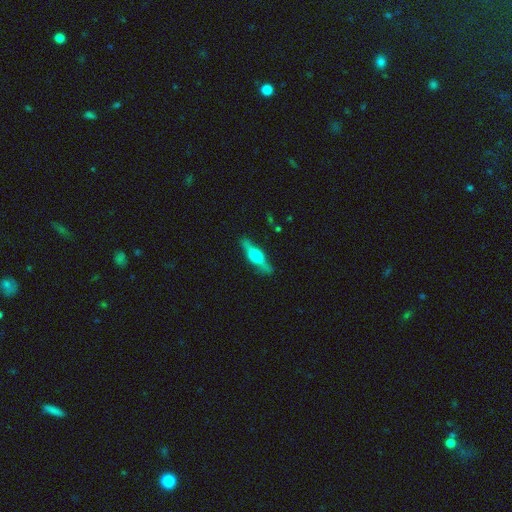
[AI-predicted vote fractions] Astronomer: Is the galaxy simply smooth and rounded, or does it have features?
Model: featured or disk — 68%.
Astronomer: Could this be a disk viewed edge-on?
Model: yes — 96%.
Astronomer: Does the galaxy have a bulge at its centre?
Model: rounded — 92%.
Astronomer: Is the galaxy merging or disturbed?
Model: none — 88%.